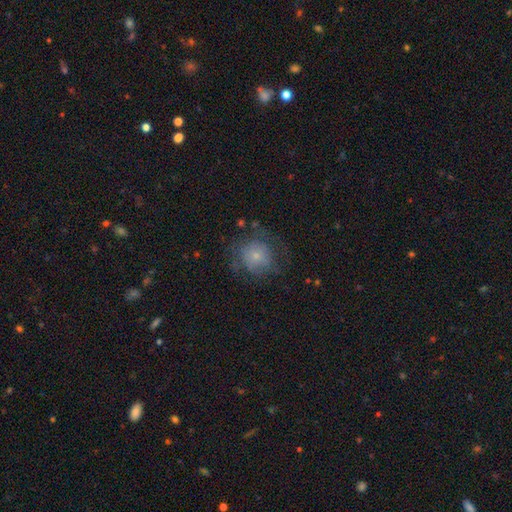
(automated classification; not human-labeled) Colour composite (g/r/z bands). It shows a smooth galaxy with no disk features (63%) that is round (83%). Merging: none (57%).